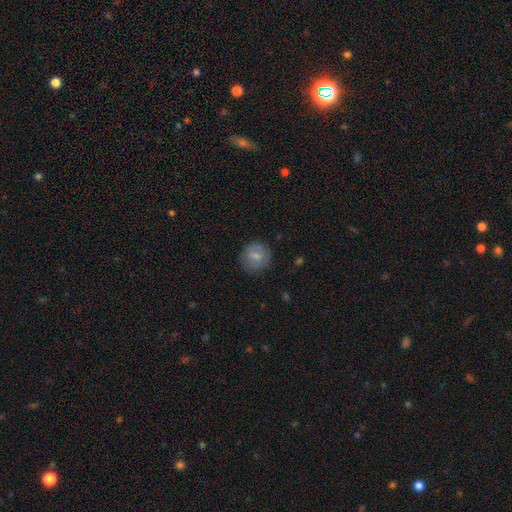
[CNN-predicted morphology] smooth 70%, featured or disk 22%, star or artifact 7%. Down the decision tree: how rounded — round (91%); merging — none (84%).